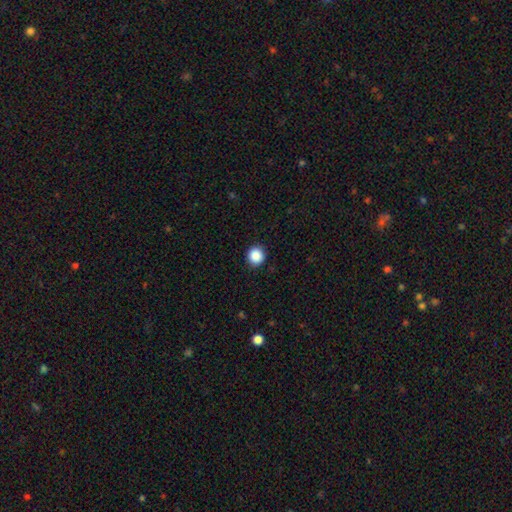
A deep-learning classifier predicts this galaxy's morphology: Smooth or featured?
  - smooth: 88% *
  - star or artifact: 9%
  - featured or disk: 3%
How rounded?
  - round: 94% *
  - in between: 5%
  - cigar-shaped: 1%
Merging?
  - none: 92% *
  - minor disturbance: 5%
  - major disturbance: 2%
  - merger: 1%